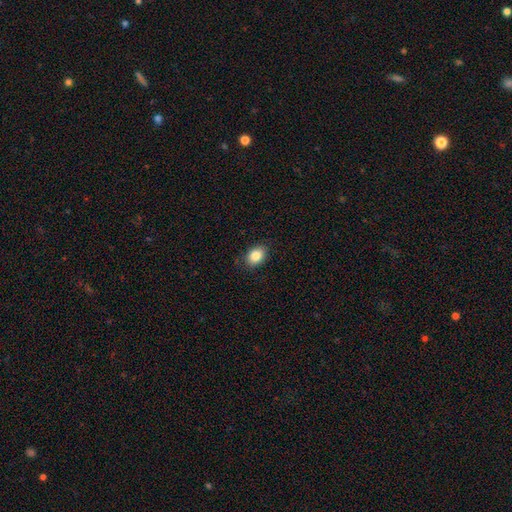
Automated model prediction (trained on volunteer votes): Morphology: type=smooth (85%); roundness=in between (77%); merging=none (87%).